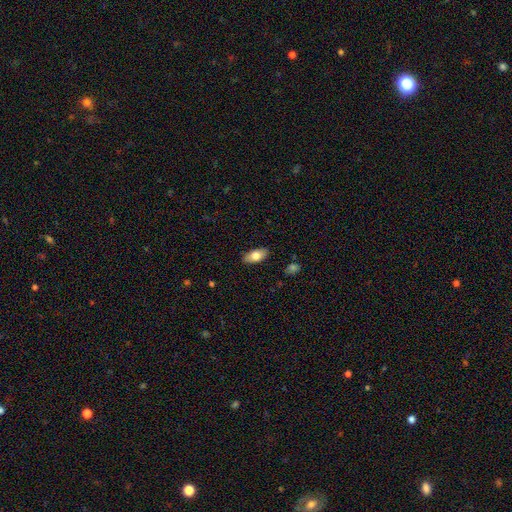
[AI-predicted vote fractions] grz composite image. It shows a smooth galaxy with no disk features (76%) that is in between round and cigar-shaped (90%). Merging: none (87%).